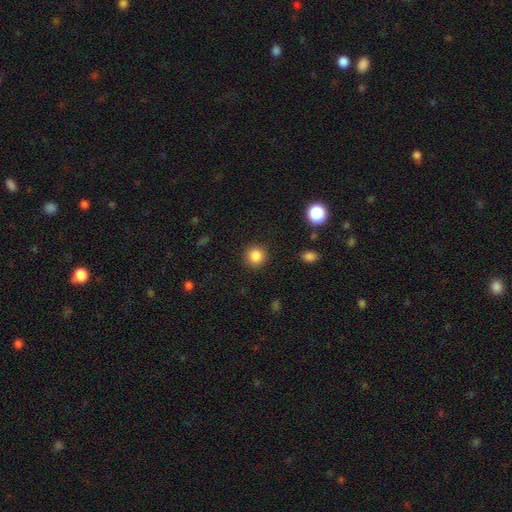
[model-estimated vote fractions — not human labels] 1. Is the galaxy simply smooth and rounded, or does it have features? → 85% smooth, 11% star or artifact, 4% featured or disk.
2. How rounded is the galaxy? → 92% round, 7% in between, 1% cigar-shaped.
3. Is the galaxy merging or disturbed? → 90% none, 6% minor disturbance, 2% major disturbance, 1% merger.